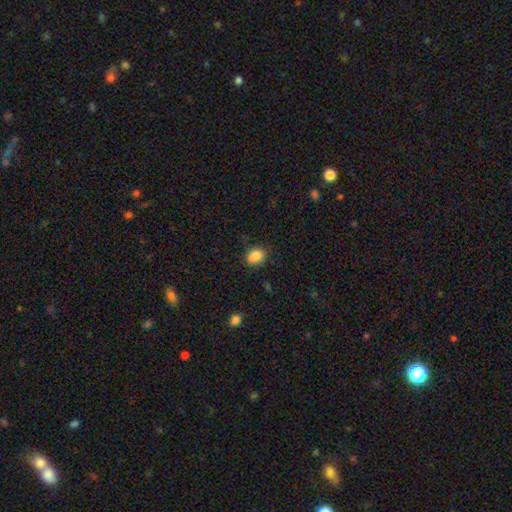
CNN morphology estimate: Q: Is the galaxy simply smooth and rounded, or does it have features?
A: smooth — 83%.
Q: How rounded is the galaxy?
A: round — 53%.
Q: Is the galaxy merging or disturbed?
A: none — 74%.